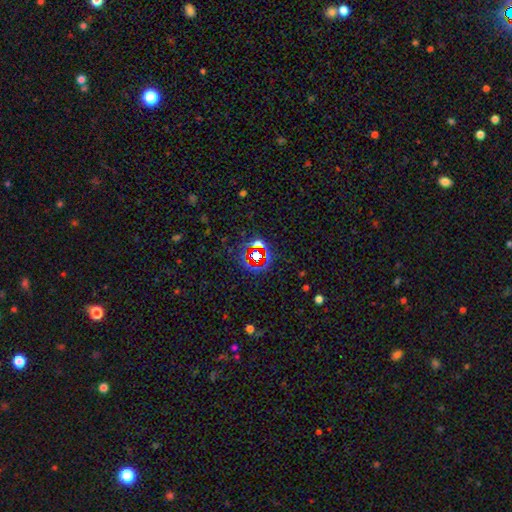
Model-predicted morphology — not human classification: Smooth or featured? star or artifact (70%)